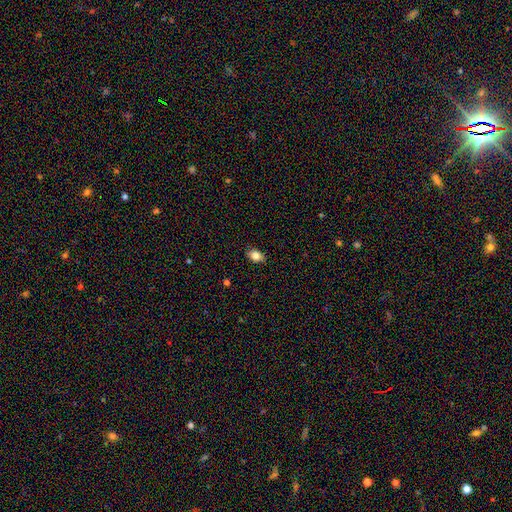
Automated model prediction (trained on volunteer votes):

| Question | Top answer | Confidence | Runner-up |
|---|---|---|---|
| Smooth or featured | smooth | 81% | star or artifact (9%) |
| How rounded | in between | 76% | round (22%) |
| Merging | none | 86% | minor disturbance (11%) |